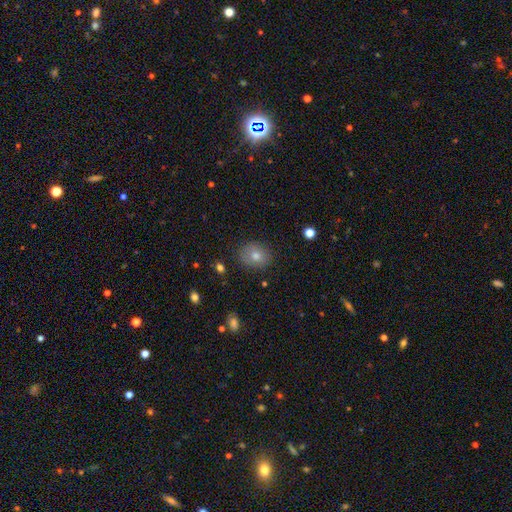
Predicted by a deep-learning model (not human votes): smooth_or_featured: smooth (p=0.72) [alt: star or artifact p=0.15]
how_rounded: round (p=0.63) [alt: in between p=0.36]
merging: none (p=0.85) [alt: minor disturbance p=0.11]